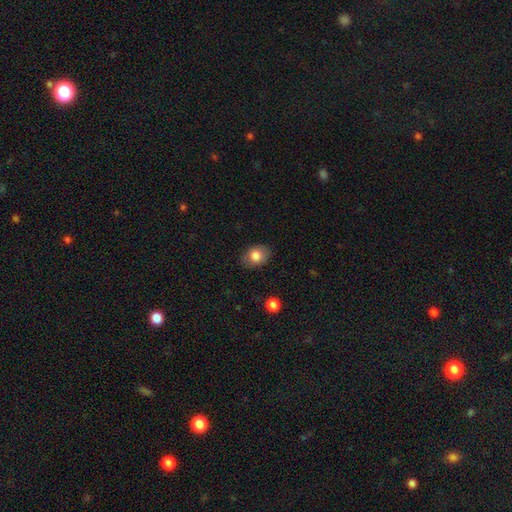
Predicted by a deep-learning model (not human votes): smooth_or_featured: smooth (p=0.81) [alt: featured or disk p=0.11]
how_rounded: in between (p=0.72) [alt: round p=0.27]
merging: none (p=0.84) [alt: minor disturbance p=0.12]